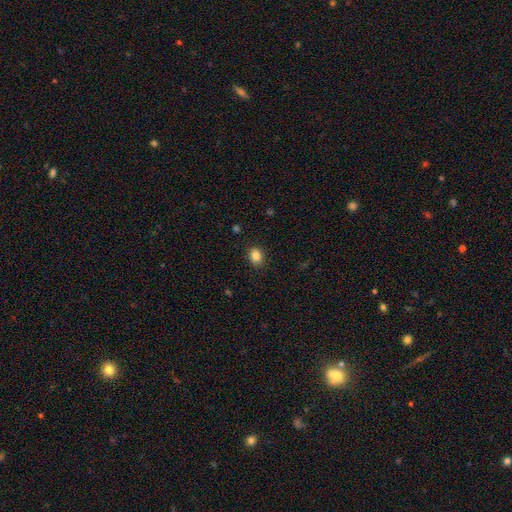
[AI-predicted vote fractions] Smooth or featured?
  - smooth: 85% *
  - star or artifact: 10%
  - featured or disk: 5%
How rounded?
  - in between: 52% *
  - round: 47%
  - cigar-shaped: 1%
Merging?
  - none: 88% *
  - minor disturbance: 9%
  - major disturbance: 2%
  - merger: 1%